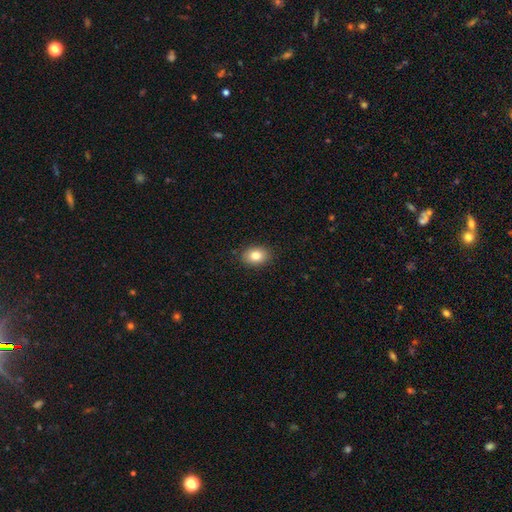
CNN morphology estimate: Smooth or featured?
  - smooth: 82% *
  - featured or disk: 9%
  - star or artifact: 9%
How rounded?
  - in between: 75% *
  - round: 24%
  - cigar-shaped: 1%
Merging?
  - none: 89% *
  - minor disturbance: 8%
  - major disturbance: 2%
  - merger: 1%